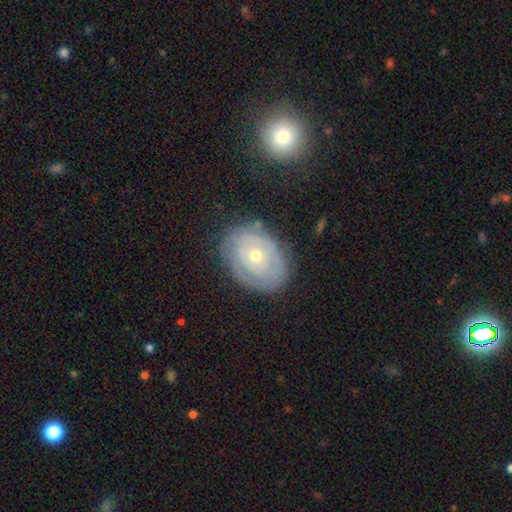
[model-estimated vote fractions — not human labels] Morphology: type=featured or disk (70%); edge-on=no (95%); bar=no (84%); spiral arms=yes (64%); bulge=small (51%); merging=none (73%).